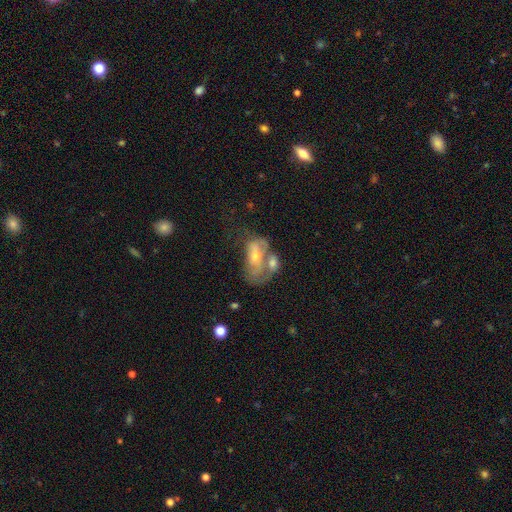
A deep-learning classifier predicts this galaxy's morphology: smooth-or-featured: featured or disk: 55% | smooth: 36% | star or artifact: 9%
  disk-edge-on: no: 91% | yes: 9%
    bar: no: 70% | weak: 22% | strong: 8%
    has-spiral-arms: no: 58% | yes: 42%
    bulge-size: moderate: 51% | small: 40% | large: 4% | none: 4% | dominant: 1%
  merging: merger: 51% | major disturbance: 19% | none: 18% | minor disturbance: 12%